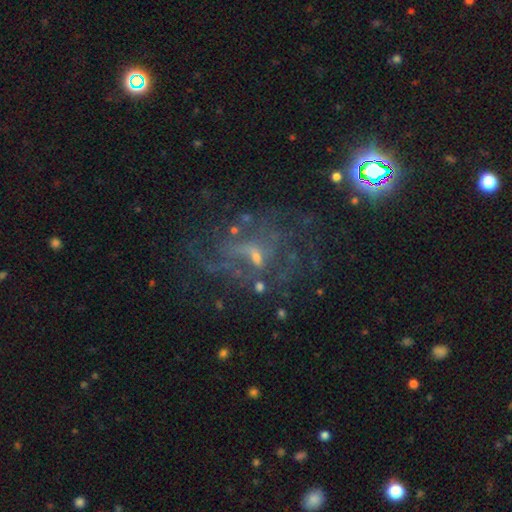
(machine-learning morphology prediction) A featured or disk galaxy (69%) with no bar (48%), spiral arms (59%) and a small central bulge (65%).

Vote fractions:
- Smooth or featured? featured or disk: 69% / star or artifact: 17% / smooth: 14%
- Edge-on disk? no: 97% / yes: 3%
- Bar? no: 48% / weak: 41% / strong: 11%
- Spiral arms? yes: 59% / no: 41%
- Bulge size? small: 65% / moderate: 19% / none: 14% / large: 2% / dominant: 1%
- Merging? none: 49% / major disturbance: 27% / minor disturbance: 18% / merger: 5%